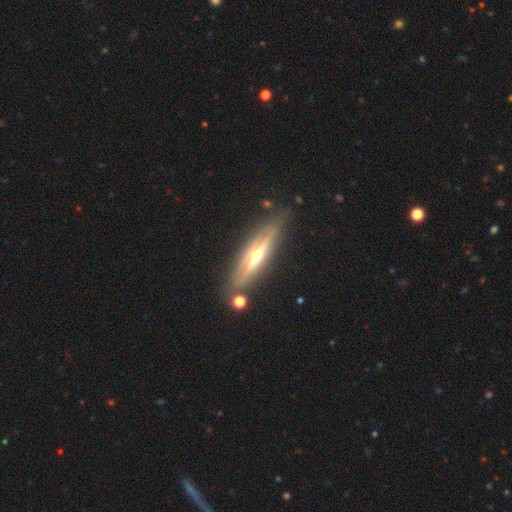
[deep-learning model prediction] A featured or disk galaxy (76%) viewed edge-on (92%) with a rounded central bulge (89%). Merging: none (80%).